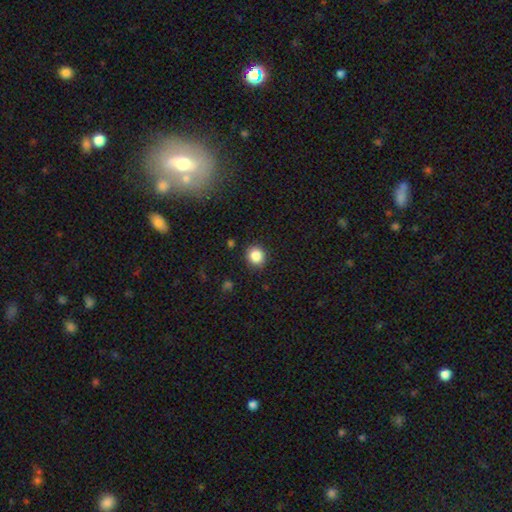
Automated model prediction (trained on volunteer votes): Q: Smooth or featured?
A: smooth (86%); runner-up: star or artifact (10%)
Q: How rounded?
A: round (85%); runner-up: in between (14%)
Q: Merging?
A: none (89%); runner-up: minor disturbance (7%)